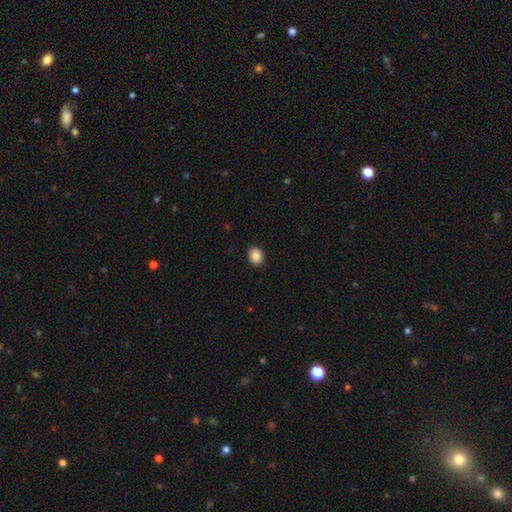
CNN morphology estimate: smooth_or_featured: smooth (p=0.87) [alt: star or artifact p=0.09]
how_rounded: round (p=0.56) [alt: in between p=0.43]
merging: none (p=0.92) [alt: minor disturbance p=0.06]